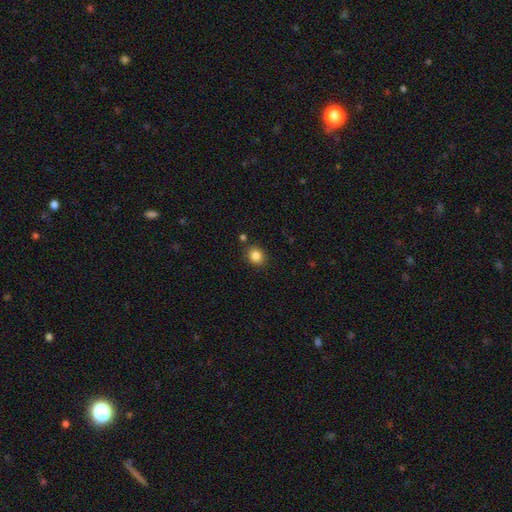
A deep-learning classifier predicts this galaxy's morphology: This appears to be a smooth galaxy with no disk features (85%) that is round (71%). Merging: none (84%).